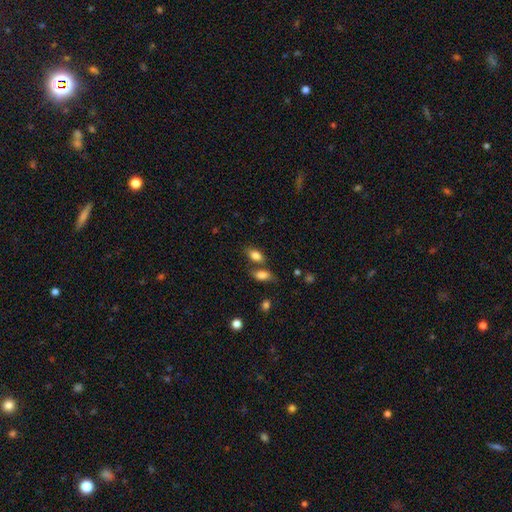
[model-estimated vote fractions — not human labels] This appears to be a smooth galaxy with no disk features (84%) that is in between round and cigar-shaped (89%). Merging: none (57%).